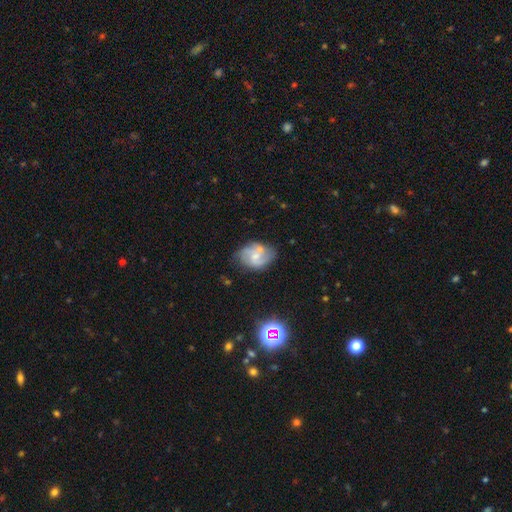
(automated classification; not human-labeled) Morphology: type=featured or disk (65%); edge-on=no (97%); bar=no (50%); spiral arms=yes (83%); winding=medium (47%); arm count=2 (67%); bulge=small (51%); merging=none (60%).